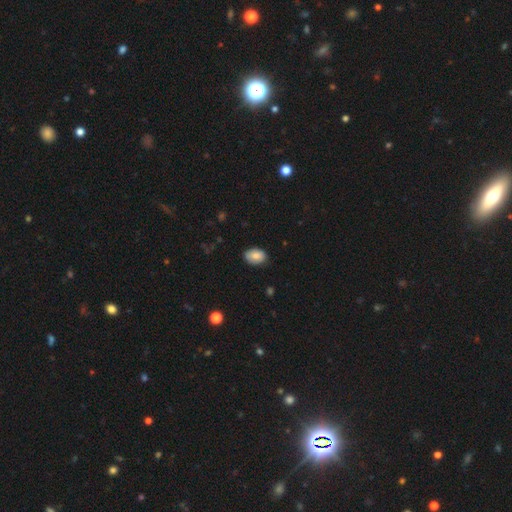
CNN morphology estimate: Overall: smooth (80%). How rounded: in between (83%). Merging: none (82%).